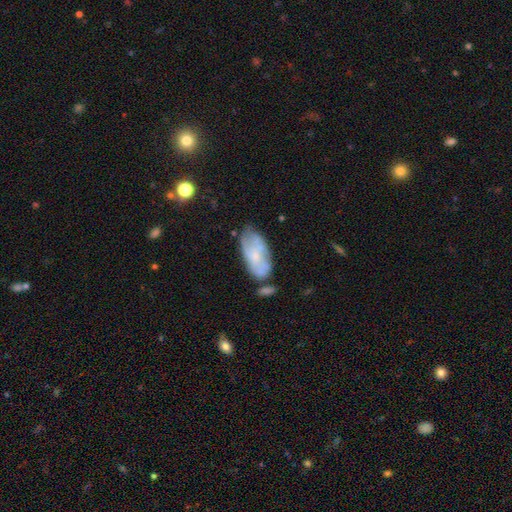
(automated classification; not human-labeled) Overall: featured or disk (51%; smooth 42%). Edge-on disk: no (93%). Merging: none (52%; minor disturbance 26%).